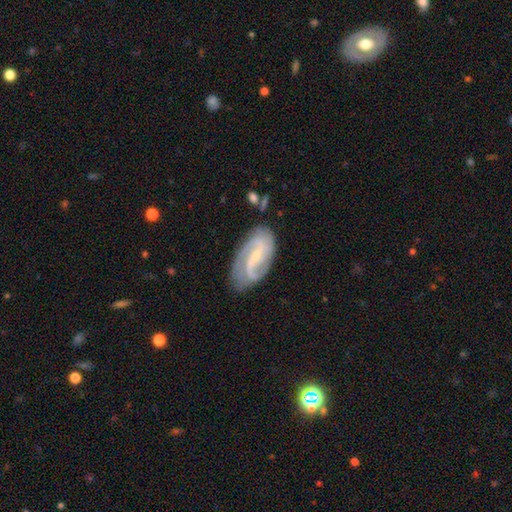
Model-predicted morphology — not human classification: featured or disk 86%, smooth 9%, star or artifact 6%. Down the decision tree: edge-on disk — no (96%); bar — weak (45%); spiral arms — yes (96%); spiral arm count — 2 (67%); spiral winding — medium (45%); bulge size — small (75%); merging — none (76%).